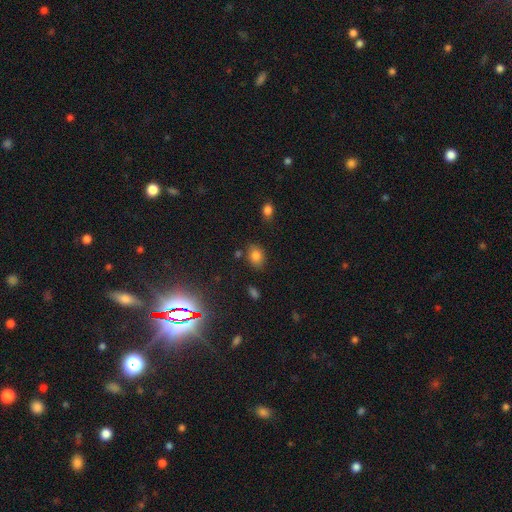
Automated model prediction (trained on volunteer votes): A smooth galaxy with no disk features (78%) that is in between round and cigar-shaped (68%). Merging: none (77%).